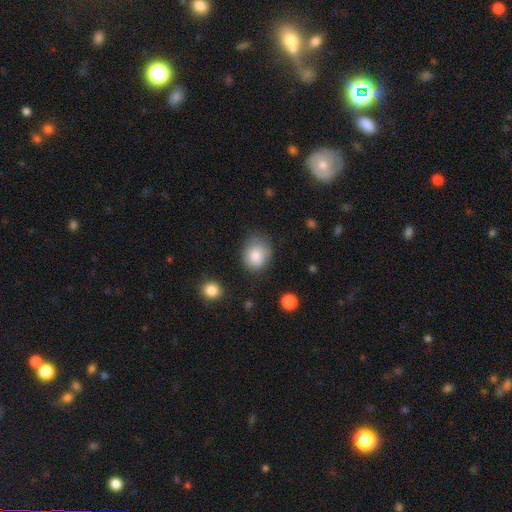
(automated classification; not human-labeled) Smooth or featured: smooth — 83% (featured or disk — 8%)
How rounded: round — 63% (in between — 36%)
Merging: none — 69% (minor disturbance — 23%)